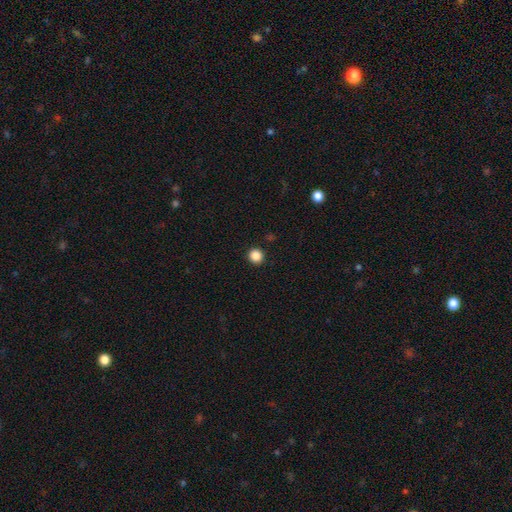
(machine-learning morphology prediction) Q: Smooth or featured?
A: smooth (87%); runner-up: star or artifact (11%)
Q: How rounded?
A: round (93%); runner-up: in between (6%)
Q: Merging?
A: none (93%); runner-up: minor disturbance (4%)